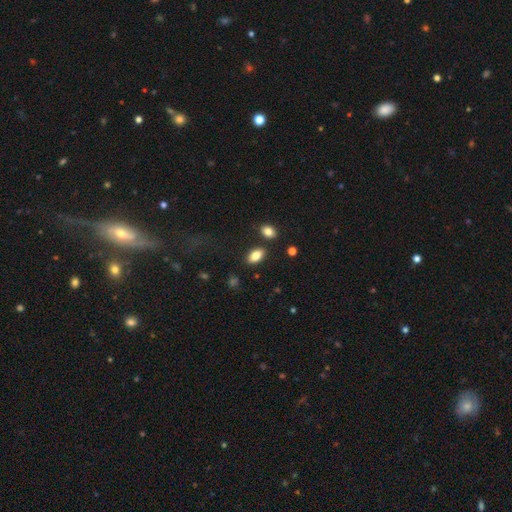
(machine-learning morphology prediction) Overall: smooth (82%). How rounded: in between (91%). Merging: none (82%).